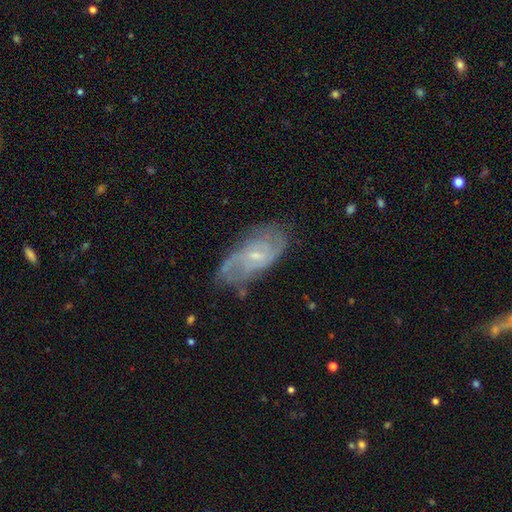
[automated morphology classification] Smooth or featured? featured or disk (78%)
Edge-on disk? no (95%)
Bar? weak (52%)
Spiral arms? yes (91%)
Spiral winding? medium (46%)
Spiral arm count? 2 (46%)
Bulge size? small (70%)
Merging? none (63%)